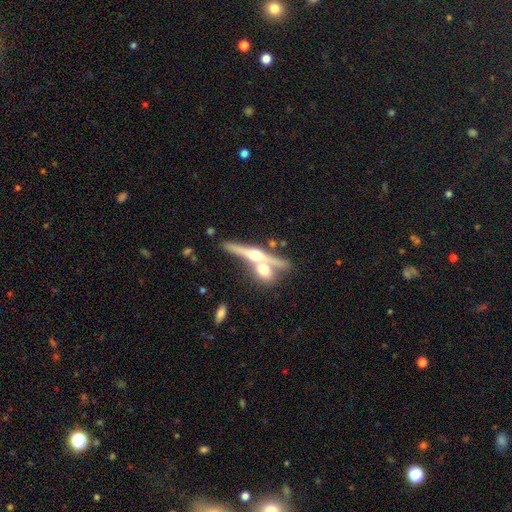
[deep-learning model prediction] The model was most divided on "merging": none: 50%, merger: 37%, minor disturbance: 9%, major disturbance: 4%. More confident: edge-on bulge — rounded (94%); edge-on disk — yes (93%); smooth or featured — featured or disk (69%).